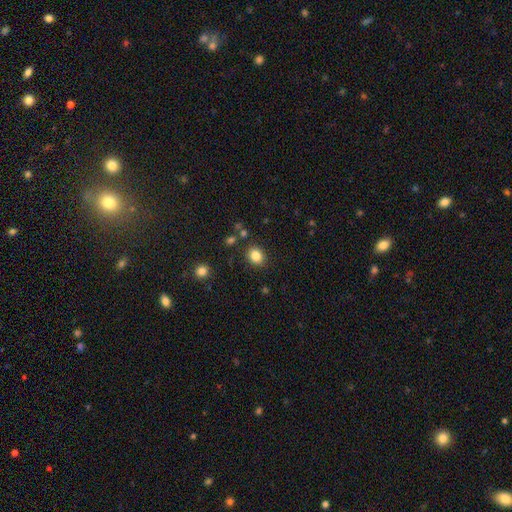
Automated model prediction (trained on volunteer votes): The model was most divided on "how rounded": round: 52%, in between: 47%, cigar-shaped: 1%. More confident: merging — none (85%); smooth or featured — smooth (84%).